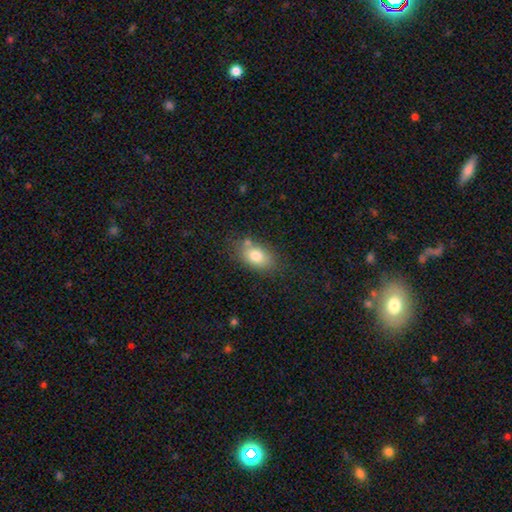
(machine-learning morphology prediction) smooth 79%, featured or disk 13%, star or artifact 9%. Down the decision tree: how rounded — in between (85%); merging — none (70%).